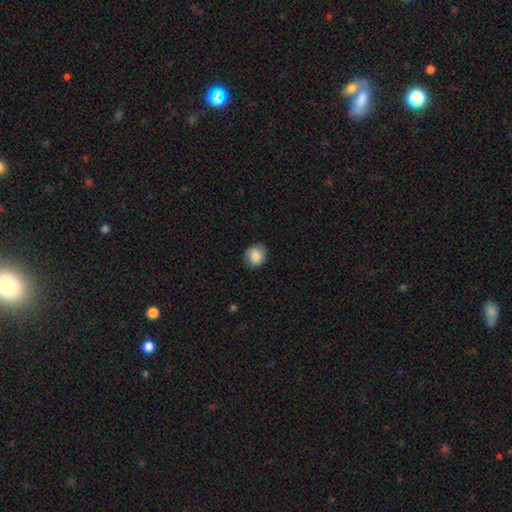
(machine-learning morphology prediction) A smooth galaxy with no disk features (81%) that is round (69%). Merging: none (78%).